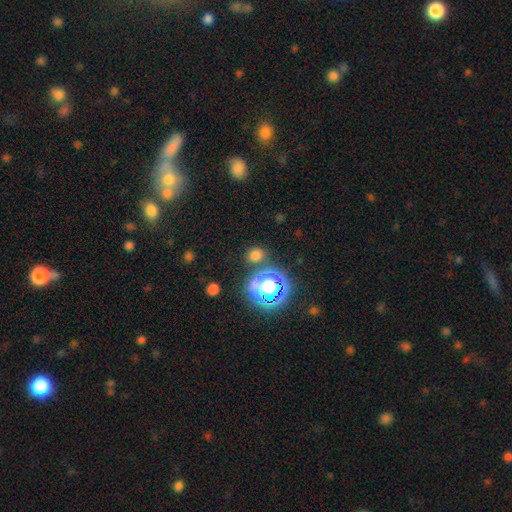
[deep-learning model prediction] Smooth or featured? smooth (68%)
How rounded? round (73%)
Merging? none (74%)